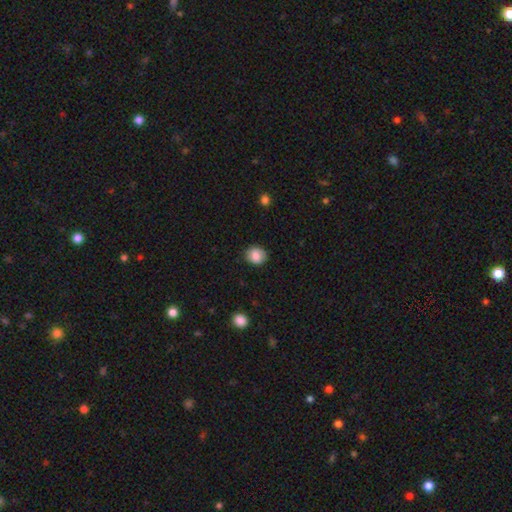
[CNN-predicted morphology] A smooth galaxy with no disk features (84%) that is round (69%).

Vote fractions:
- Smooth or featured? smooth: 84% / star or artifact: 8% / featured or disk: 8%
- How rounded? round: 69% / in between: 30% / cigar-shaped: 1%
- Merging? none: 86% / minor disturbance: 11% / major disturbance: 2% / merger: 1%